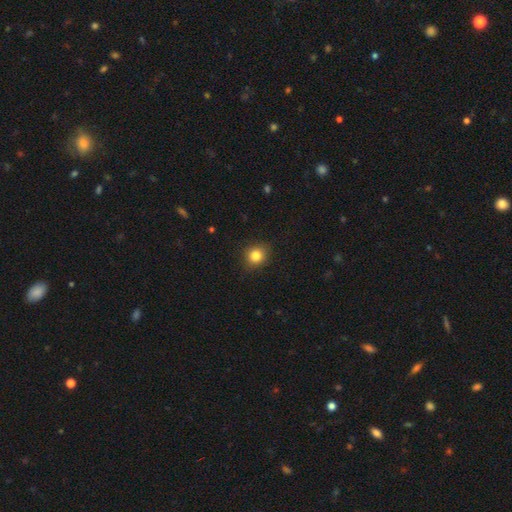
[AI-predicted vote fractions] Smooth or featured: smooth — 83% (star or artifact — 11%)
How rounded: round — 79% (in between — 20%)
Merging: none — 87% (minor disturbance — 10%)